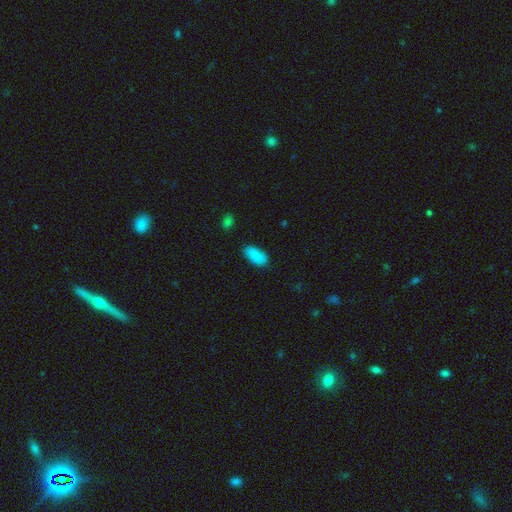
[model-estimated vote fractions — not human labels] smooth 88%, star or artifact 7%, featured or disk 5%. Down the decision tree: how rounded — in between (93%); merging — none (81%).